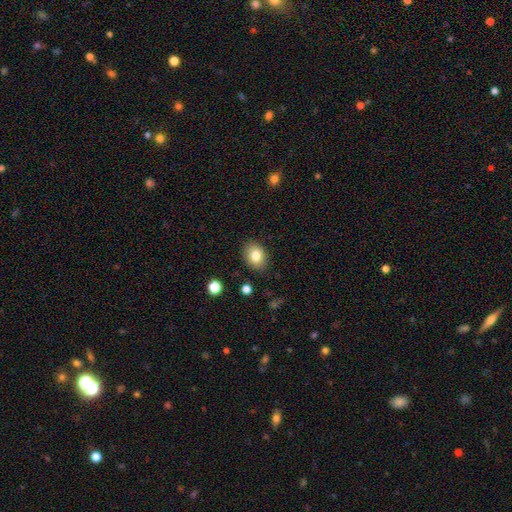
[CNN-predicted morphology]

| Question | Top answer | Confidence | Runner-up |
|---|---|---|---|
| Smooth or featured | smooth | 82% | star or artifact (9%) |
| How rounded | in between | 58% | round (41%) |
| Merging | none | 87% | minor disturbance (9%) |